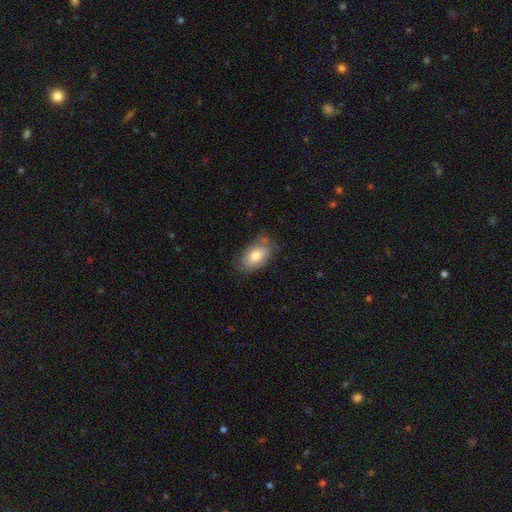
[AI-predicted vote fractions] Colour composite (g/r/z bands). It shows a smooth galaxy with no disk features (76%) that is in between round and cigar-shaped (91%). Merging: none (66%).